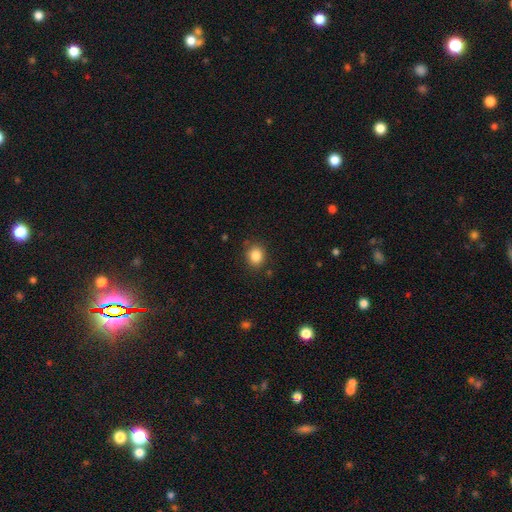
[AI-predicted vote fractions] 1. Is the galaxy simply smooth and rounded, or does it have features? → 85% smooth, 10% star or artifact, 5% featured or disk.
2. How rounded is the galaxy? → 69% round, 30% in between, 1% cigar-shaped.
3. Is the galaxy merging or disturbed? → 85% none, 10% minor disturbance, 3% major disturbance, 2% merger.